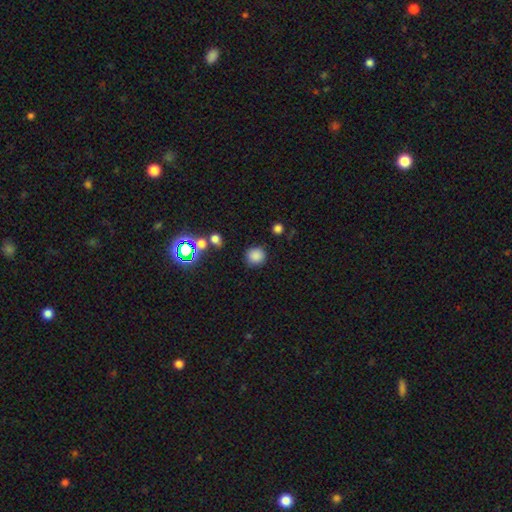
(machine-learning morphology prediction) Smooth or featured? smooth (81%)
How rounded? round (90%)
Merging? none (85%)